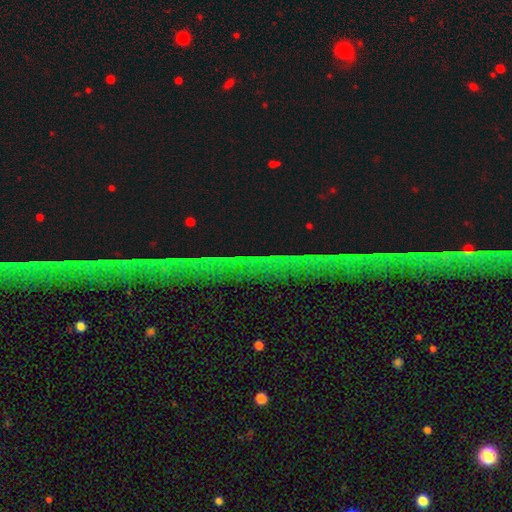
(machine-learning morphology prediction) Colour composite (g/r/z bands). It shows a star or artifact, not a galaxy (78%).